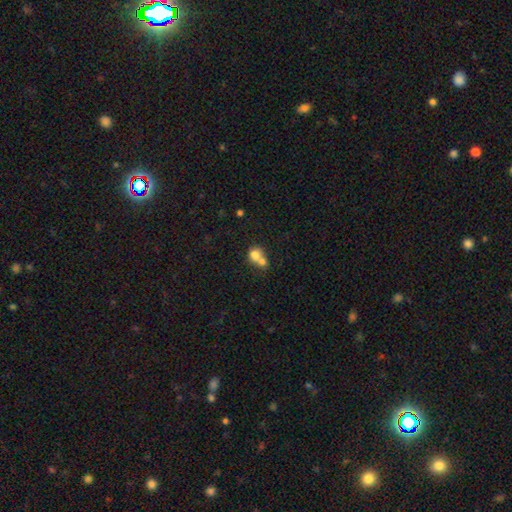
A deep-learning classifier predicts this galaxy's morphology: Smooth or featured: smooth — 75% (featured or disk — 15%)
How rounded: round — 69% (in between — 30%)
Merging: merger — 65% (none — 26%)